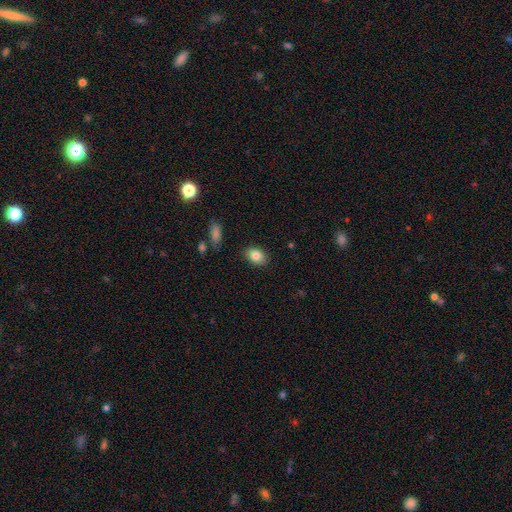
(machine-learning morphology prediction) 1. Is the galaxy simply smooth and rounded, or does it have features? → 83% smooth, 9% featured or disk, 8% star or artifact.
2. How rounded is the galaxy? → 75% in between, 24% round, 1% cigar-shaped.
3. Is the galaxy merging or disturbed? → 87% none, 9% minor disturbance, 2% major disturbance, 1% merger.